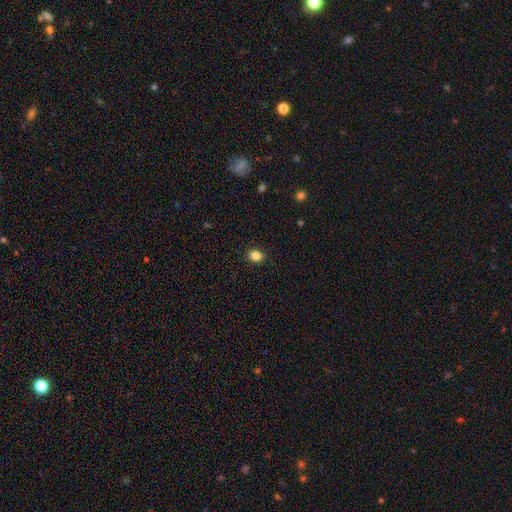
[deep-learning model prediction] A smooth galaxy with no disk features (85%) that is round (53%).

Vote fractions:
- Smooth or featured? smooth: 85% / star or artifact: 11% / featured or disk: 4%
- How rounded? round: 53% / in between: 46% / cigar-shaped: 1%
- Merging? none: 90% / minor disturbance: 7% / major disturbance: 2% / merger: 1%